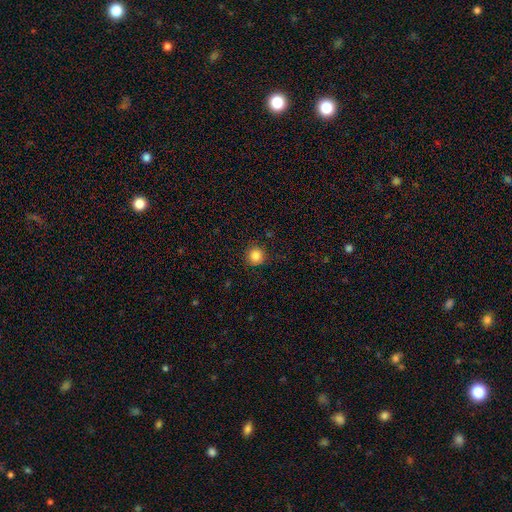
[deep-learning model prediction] Smooth or featured?
  - smooth: 86% *
  - star or artifact: 11%
  - featured or disk: 4%
How rounded?
  - round: 93% *
  - in between: 6%
  - cigar-shaped: 1%
Merging?
  - none: 87% *
  - minor disturbance: 9%
  - major disturbance: 3%
  - merger: 1%